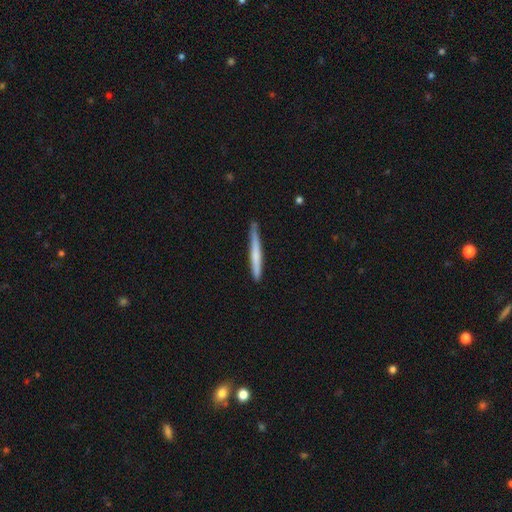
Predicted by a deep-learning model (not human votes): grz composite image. It shows a smooth galaxy with no disk features (60%) that is cigar-shaped (97%). Merging: none (82%).